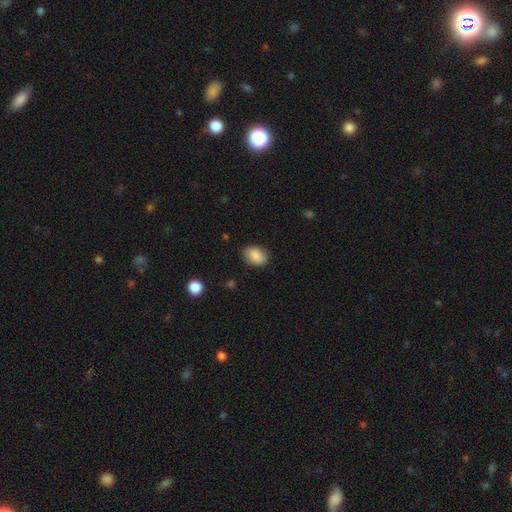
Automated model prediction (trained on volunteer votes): Overall: smooth (87%). How rounded: in between (80%). Merging: none (82%).